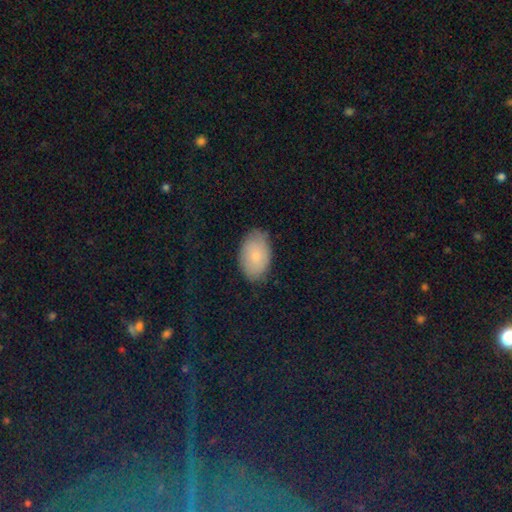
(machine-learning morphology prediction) Smooth or featured? Predicted: smooth (p=0.78). How rounded? Predicted: in between (p=0.91). Merging? Predicted: none (p=0.79).